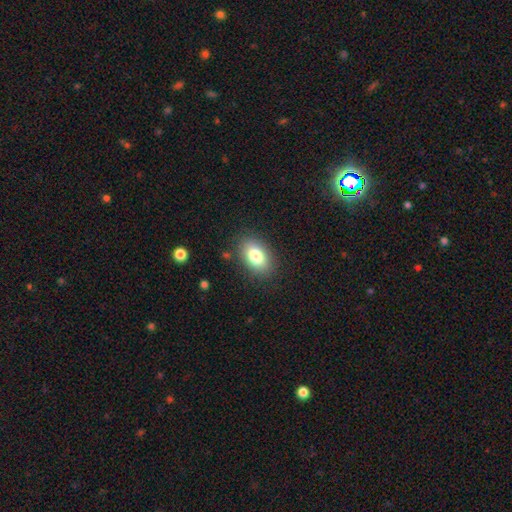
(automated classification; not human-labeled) Overall: smooth (80%). How rounded: in between (88%). Merging: none (85%).